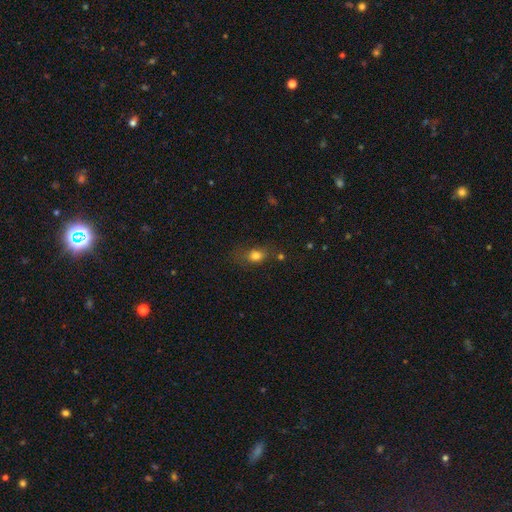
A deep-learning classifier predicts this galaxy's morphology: Smooth or featured? smooth (77%)
How rounded? in between (62%)
Merging? none (61%)